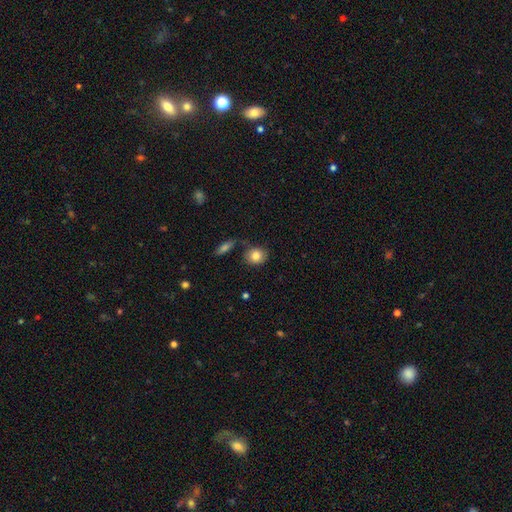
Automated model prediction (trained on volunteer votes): The model was most divided on "how rounded": round: 69%, in between: 30%, cigar-shaped: 1%. More confident: smooth or featured — smooth (82%); merging — none (71%).